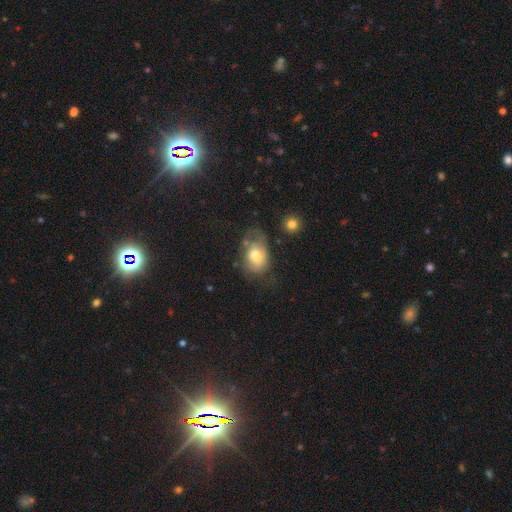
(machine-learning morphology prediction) Smooth or featured: smooth — 58% (featured or disk — 34%)
How rounded: in between — 83% (round — 16%)
Merging: none — 36% (minor disturbance — 31%)